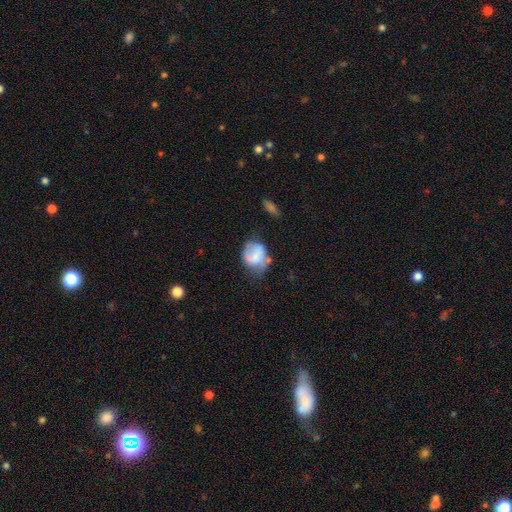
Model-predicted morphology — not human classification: Smooth or featured? smooth (59%)
How rounded? round (51%)
Merging? none (41%)